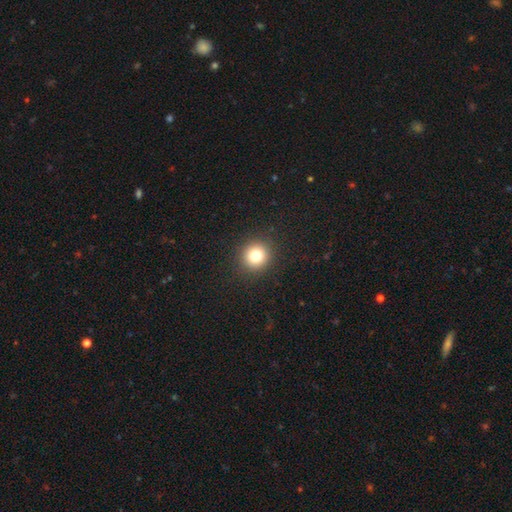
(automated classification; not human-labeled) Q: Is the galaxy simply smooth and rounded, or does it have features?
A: smooth — 80%.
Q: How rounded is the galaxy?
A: round — 92%.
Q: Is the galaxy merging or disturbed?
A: none — 92%.